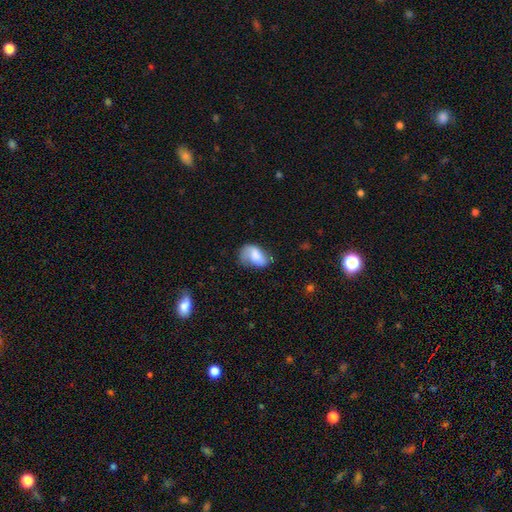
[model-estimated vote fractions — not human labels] Overall: smooth (58%; featured or disk 34%). How rounded: in between (86%). Merging: none (44%; minor disturbance 33%).